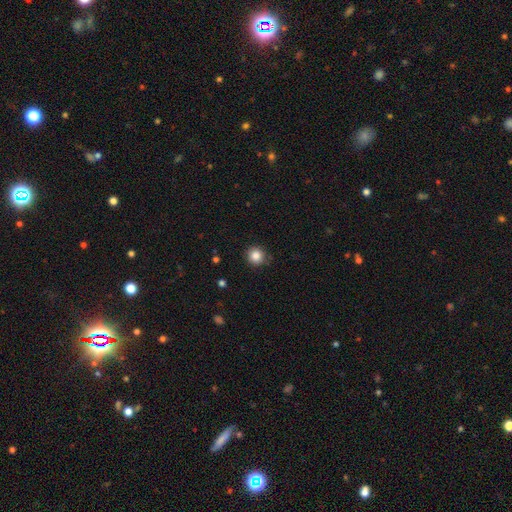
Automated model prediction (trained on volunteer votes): Smooth or featured: smooth — 85% (star or artifact — 11%)
How rounded: round — 93% (in between — 6%)
Merging: none — 86% (minor disturbance — 11%)